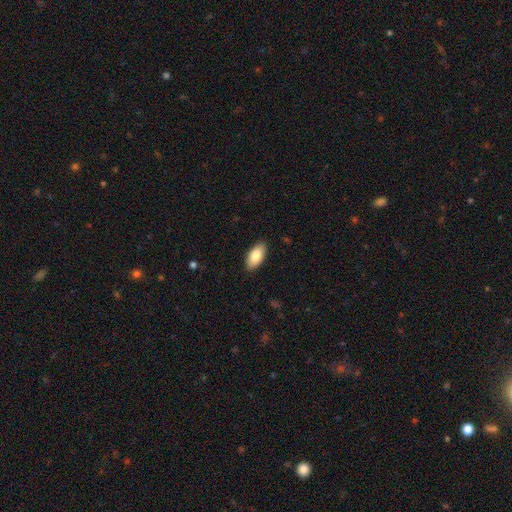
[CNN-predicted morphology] A smooth galaxy with no disk features (83%) that is in between round and cigar-shaped (92%).

Vote fractions:
- Smooth or featured? smooth: 83% / featured or disk: 11% / star or artifact: 6%
- How rounded? in between: 92% / cigar-shaped: 6% / round: 2%
- Merging? none: 89% / minor disturbance: 8% / major disturbance: 2% / merger: 1%